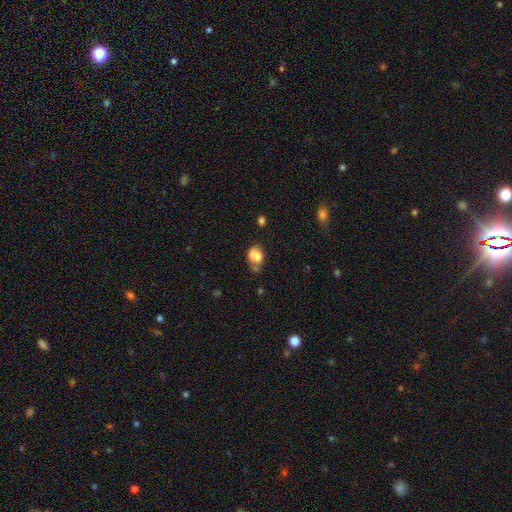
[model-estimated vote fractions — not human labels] Morphology: type=smooth (67%); roundness=in between (62%); merging=merger (37%).